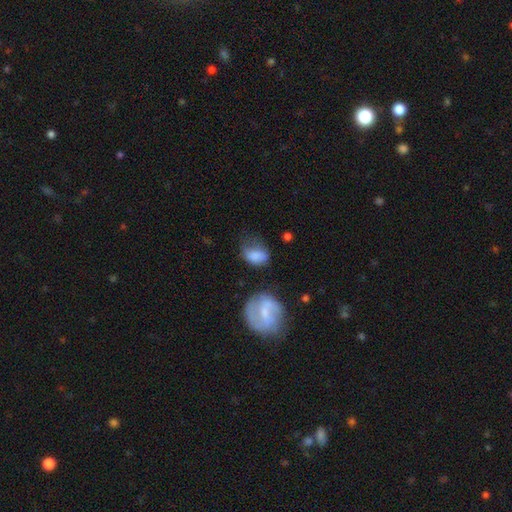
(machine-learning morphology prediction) Q: Smooth or featured?
A: smooth (73%); runner-up: featured or disk (19%)
Q: How rounded?
A: in between (75%); runner-up: round (23%)
Q: Merging?
A: none (38%); runner-up: minor disturbance (35%)